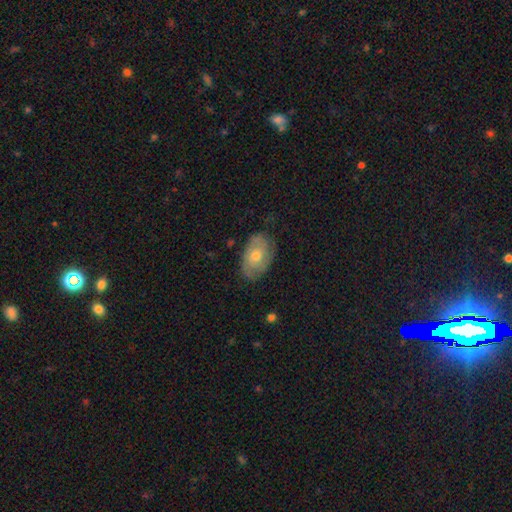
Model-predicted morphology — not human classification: This appears to be a featured or disk galaxy (47%). Merging: none (75%).